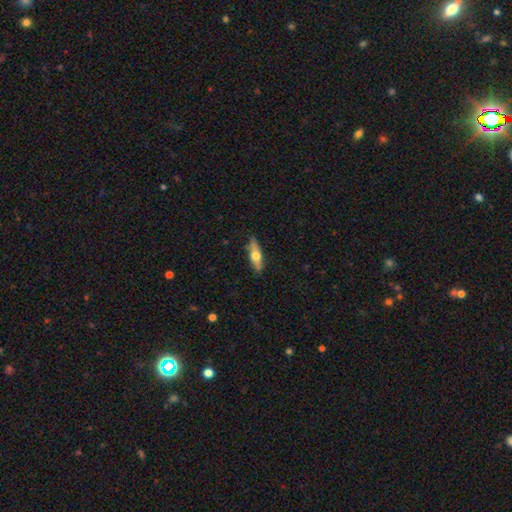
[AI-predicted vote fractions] This appears to be a smooth galaxy with no disk features (50%). Merging: none (83%).